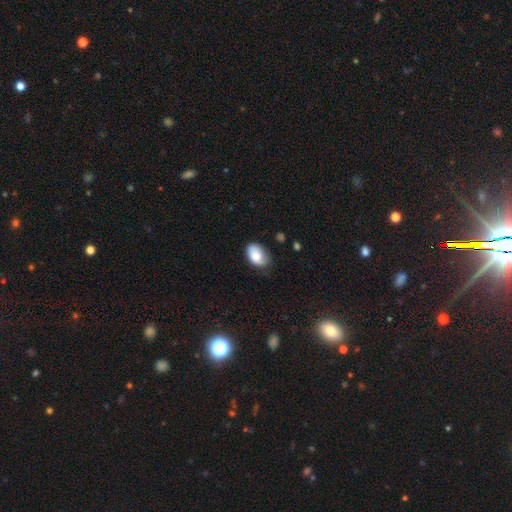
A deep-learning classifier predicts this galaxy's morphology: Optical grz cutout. It shows a smooth galaxy with no disk features (80%) that is in between round and cigar-shaped (88%). Merging: none (60%).